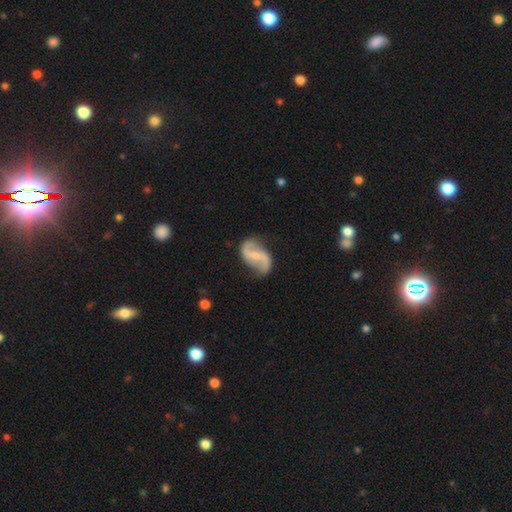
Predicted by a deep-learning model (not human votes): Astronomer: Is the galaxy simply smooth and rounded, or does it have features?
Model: featured or disk — 85%.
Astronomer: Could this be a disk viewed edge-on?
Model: no — 97%.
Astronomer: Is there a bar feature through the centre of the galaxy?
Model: weak — 44% (runner-up: strong, 29%).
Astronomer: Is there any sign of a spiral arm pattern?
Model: yes — 94%.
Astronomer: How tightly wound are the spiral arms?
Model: loose — 65%.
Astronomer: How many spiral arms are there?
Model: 2 — 92%.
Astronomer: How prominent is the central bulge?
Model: small — 57%.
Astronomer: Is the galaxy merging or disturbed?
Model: none — 73%.